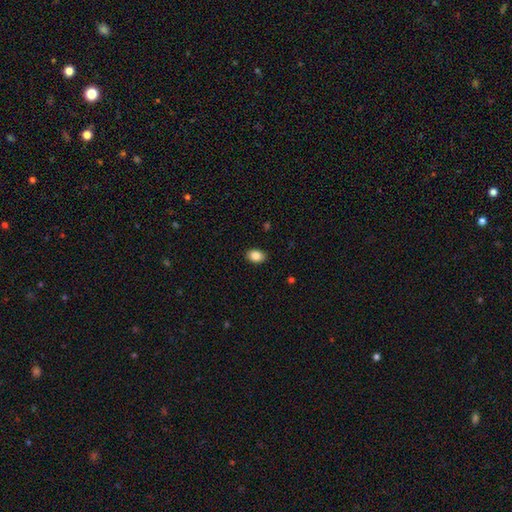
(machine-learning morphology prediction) Q: Smooth or featured?
A: smooth (86%); runner-up: star or artifact (8%)
Q: How rounded?
A: in between (77%); runner-up: round (22%)
Q: Merging?
A: none (89%); runner-up: minor disturbance (8%)